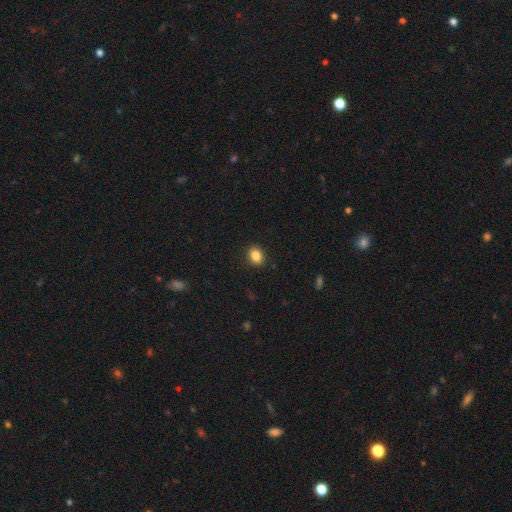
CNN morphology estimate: A smooth galaxy with no disk features (85%) that is in between round and cigar-shaped (61%). Merging: none (89%).